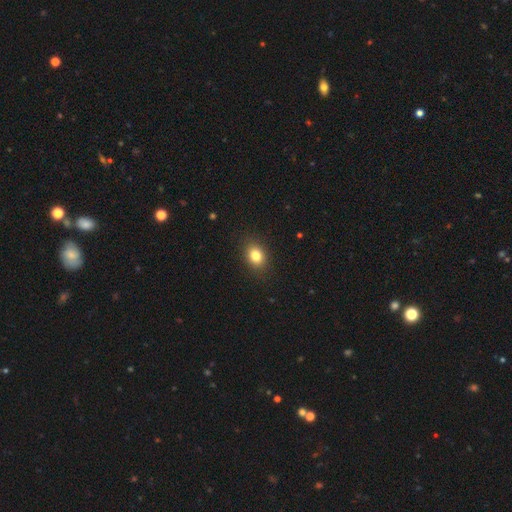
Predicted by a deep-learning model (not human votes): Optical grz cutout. It shows a smooth galaxy with no disk features (82%) that is in between round and cigar-shaped (58%). Merging: none (88%).